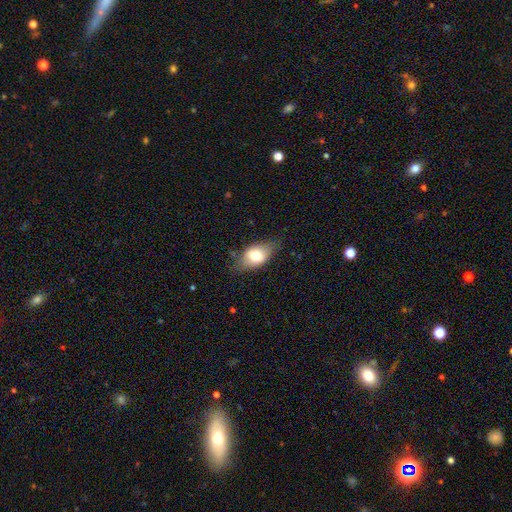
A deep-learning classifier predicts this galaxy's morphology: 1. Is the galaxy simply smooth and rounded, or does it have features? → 69% smooth, 23% featured or disk, 7% star or artifact.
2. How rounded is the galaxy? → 84% in between, 11% round, 4% cigar-shaped.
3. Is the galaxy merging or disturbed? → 69% none, 24% minor disturbance, 6% major disturbance, 1% merger.